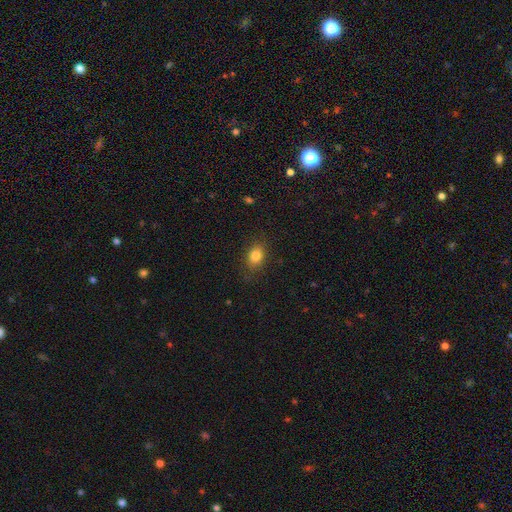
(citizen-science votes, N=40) Morphology: type=smooth (85%); roundness=in between (76%); merging=none (89%).